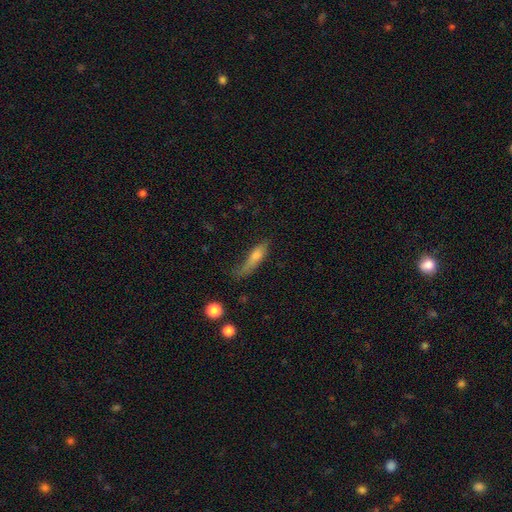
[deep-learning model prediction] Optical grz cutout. It shows a smooth galaxy with no disk features (62%) that is cigar-shaped (64%). Merging: none (44%).